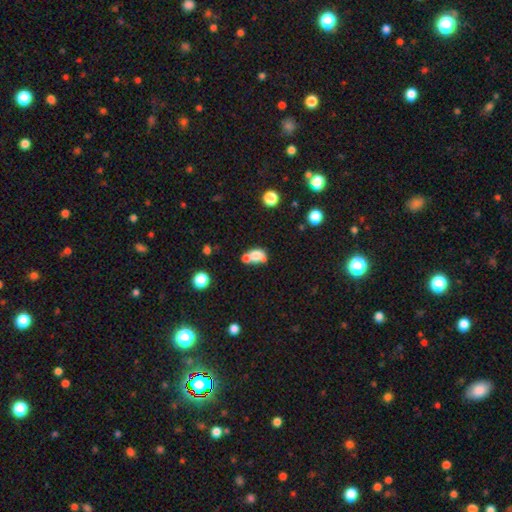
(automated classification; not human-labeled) A smooth galaxy with no disk features (71%) that is in between round and cigar-shaped (71%).

Vote fractions:
- Smooth or featured? smooth: 71% / featured or disk: 18% / star or artifact: 11%
- How rounded? in between: 71% / round: 27% / cigar-shaped: 2%
- Merging? merger: 54% / none: 26% / minor disturbance: 12% / major disturbance: 7%